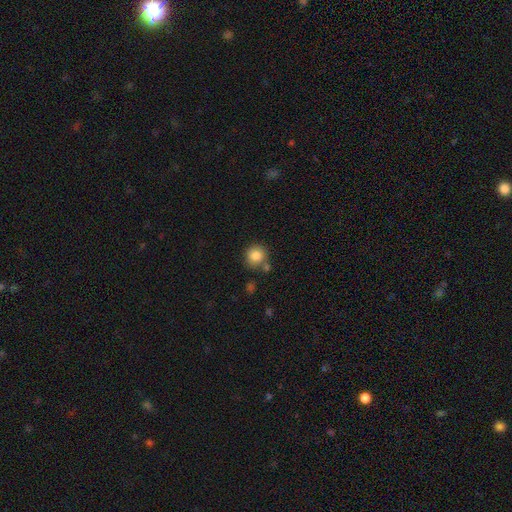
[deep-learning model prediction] This appears to be a smooth galaxy with no disk features (84%) that is round (88%). Merging: none (73%).